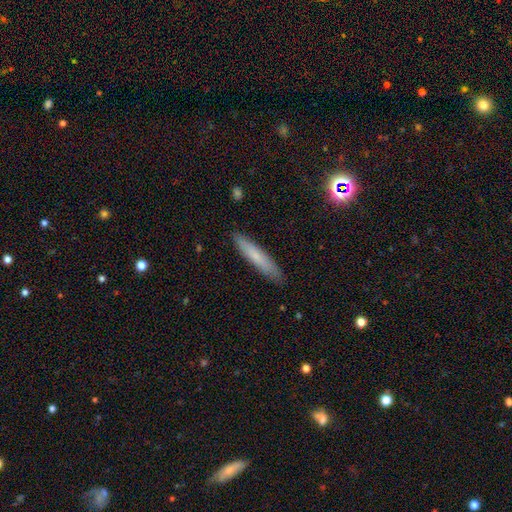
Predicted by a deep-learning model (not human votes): Morphology: type=smooth (70%); roundness=cigar-shaped (91%); merging=none (88%).